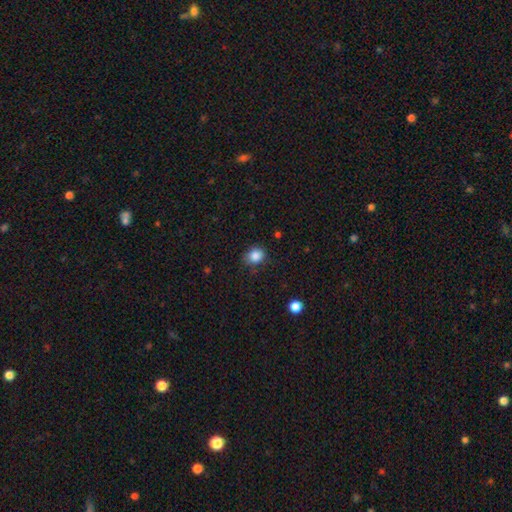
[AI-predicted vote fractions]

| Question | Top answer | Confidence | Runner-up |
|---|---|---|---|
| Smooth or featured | smooth | 85% | star or artifact (10%) |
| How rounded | round | 59% | in between (40%) |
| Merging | none | 75% | minor disturbance (19%) |